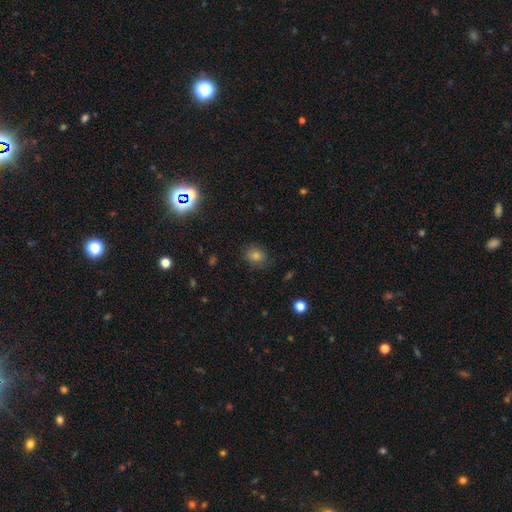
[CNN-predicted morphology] Smooth or featured? Predicted: smooth (p=0.71). How rounded? Predicted: round (p=0.52). Merging? Predicted: none (p=0.83).